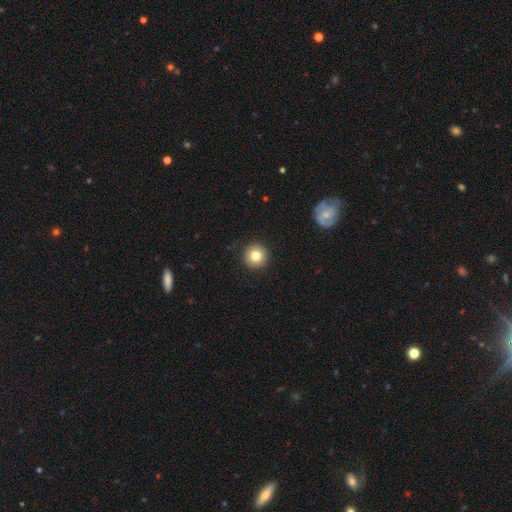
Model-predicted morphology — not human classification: smooth 80%, star or artifact 10%, featured or disk 9%. Down the decision tree: how rounded — round (96%); merging — none (92%).